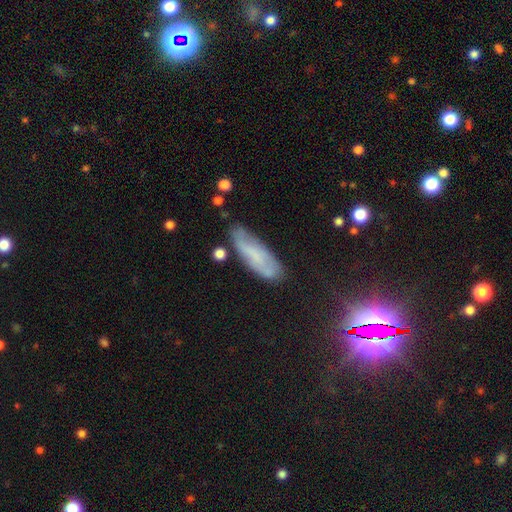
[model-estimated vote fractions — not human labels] smooth 53%, featured or disk 35%, star or artifact 12%. Down the decision tree: how rounded — in between (54%); merging — none (63%).